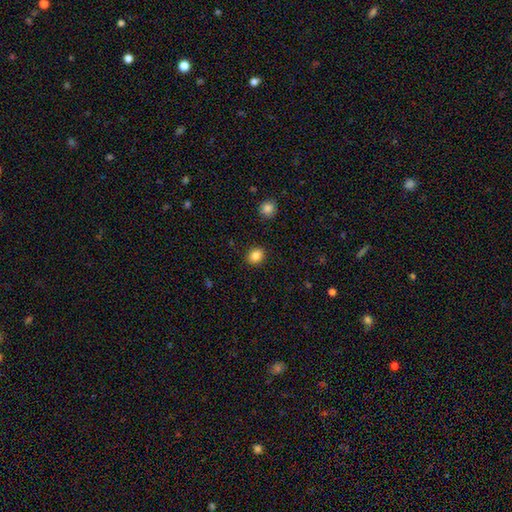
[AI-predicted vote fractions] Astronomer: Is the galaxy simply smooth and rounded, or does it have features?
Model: smooth — 85%.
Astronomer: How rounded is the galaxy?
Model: round — 62% (runner-up: in between, 37%).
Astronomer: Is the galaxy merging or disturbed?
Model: none — 90%.